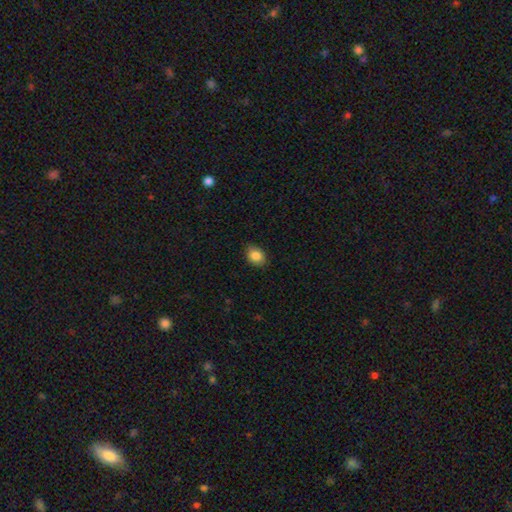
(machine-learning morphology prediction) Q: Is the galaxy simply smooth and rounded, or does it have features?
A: smooth — 86%.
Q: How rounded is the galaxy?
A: in between — 68%.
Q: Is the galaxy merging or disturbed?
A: none — 85%.